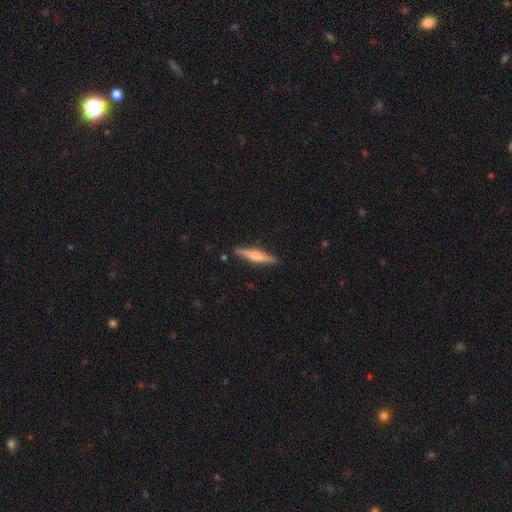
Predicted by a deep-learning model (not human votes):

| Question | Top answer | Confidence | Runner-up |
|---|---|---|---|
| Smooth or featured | featured or disk | 56% | smooth (38%) |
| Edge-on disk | yes | 97% | no (3%) |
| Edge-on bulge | rounded | 76% | boxy (16%) |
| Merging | none | 89% | minor disturbance (8%) |